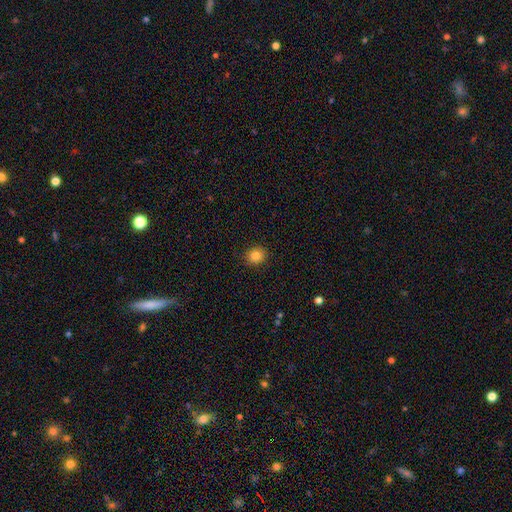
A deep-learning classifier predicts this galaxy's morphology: Smooth or featured? Predicted: smooth (p=0.84). How rounded? Predicted: round (p=0.77). Merging? Predicted: none (p=0.91).